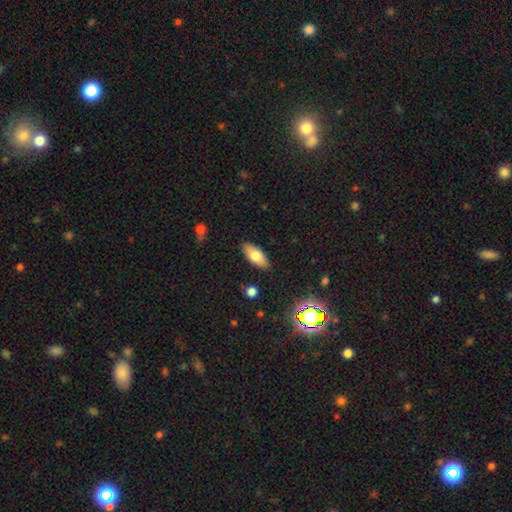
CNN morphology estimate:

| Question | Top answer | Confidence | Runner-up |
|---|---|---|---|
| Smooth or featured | smooth | 73% | featured or disk (20%) |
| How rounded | in between | 82% | cigar-shaped (15%) |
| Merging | none | 87% | minor disturbance (9%) |